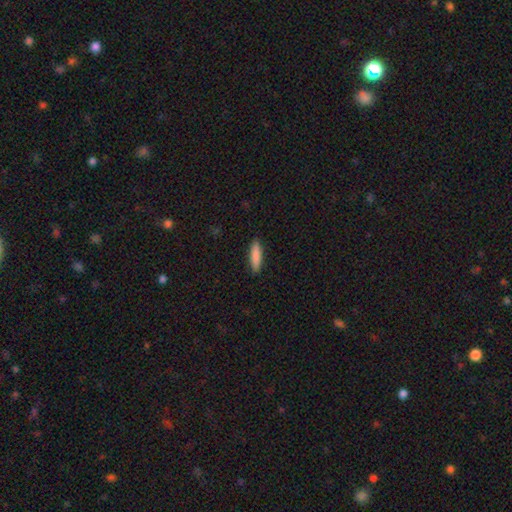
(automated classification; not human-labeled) Smooth or featured: smooth — 86% (featured or disk — 8%)
How rounded: cigar-shaped — 75% (in between — 24%)
Merging: none — 90% (minor disturbance — 7%)